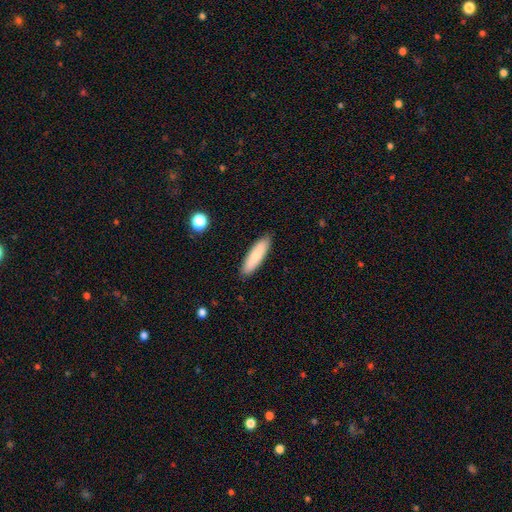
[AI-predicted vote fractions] smooth-or-featured: smooth: 81% | featured or disk: 14% | star or artifact: 6%
  how-rounded: cigar-shaped: 66% | in between: 32% | round: 2%
  merging: none: 89% | minor disturbance: 8% | major disturbance: 2% | merger: 1%